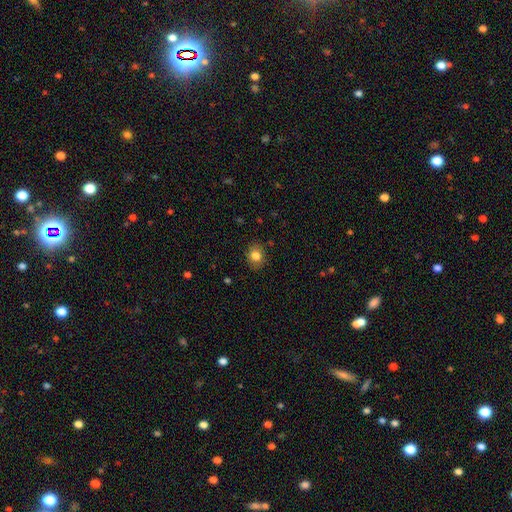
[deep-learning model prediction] The model was most divided on "how rounded": round: 64%, in between: 35%, cigar-shaped: 1%. More confident: merging — none (85%); smooth or featured — smooth (82%).